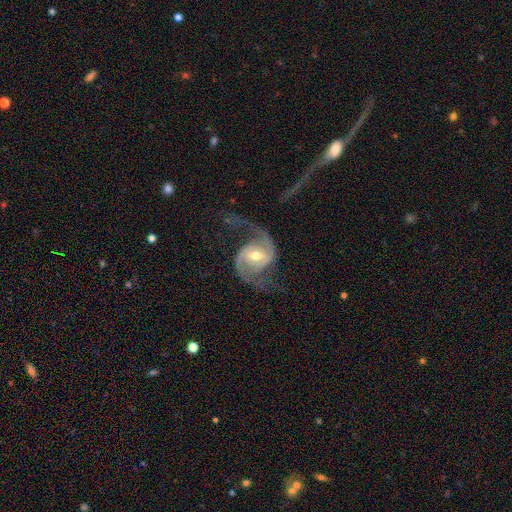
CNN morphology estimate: Smooth or featured? Predicted: featured or disk (p=0.93). Edge-on disk? Predicted: no (p=0.98). Bar? Predicted: weak (p=0.45). Spiral arms? Predicted: yes (p=0.98). Spiral winding? Predicted: medium (p=0.44, tied with loose). Spiral arm count? Predicted: 2 (p=0.94). Bulge size? Predicted: moderate (p=0.74). Merging? Predicted: none (p=0.73).